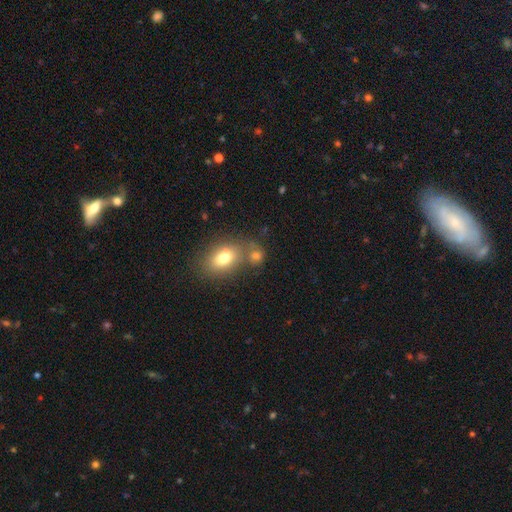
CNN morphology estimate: Smooth or featured? Predicted: smooth (p=0.74). How rounded? Predicted: round (p=0.59). Merging? Predicted: none (p=0.49).